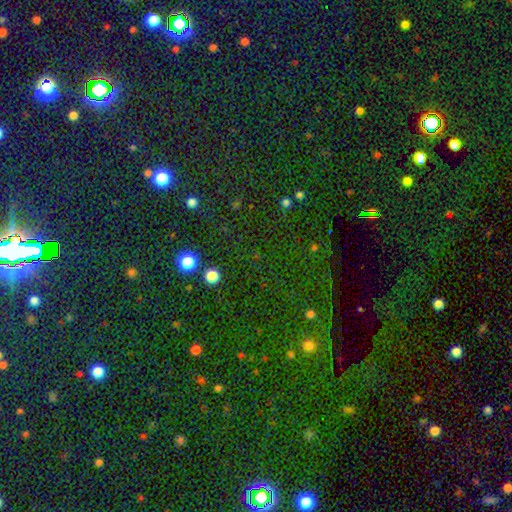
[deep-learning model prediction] Smooth or featured? star or artifact (77%)